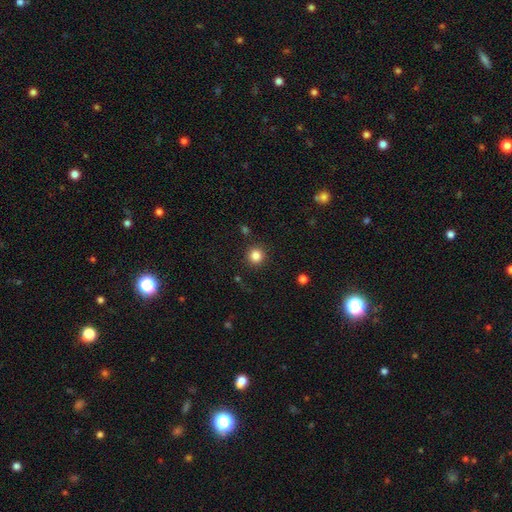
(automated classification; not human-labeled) This appears to be a smooth galaxy with no disk features (84%) that is round (94%). Merging: none (90%).